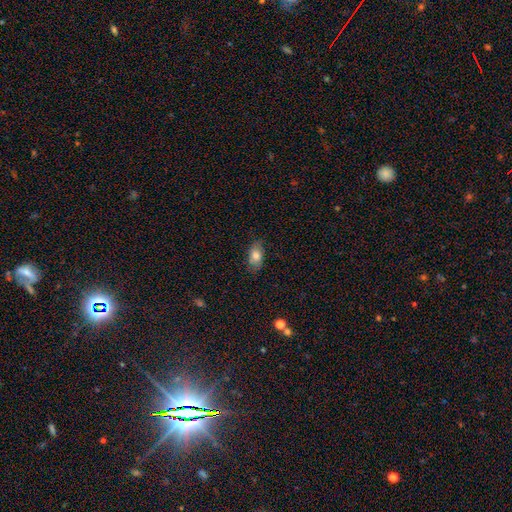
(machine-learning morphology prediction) smooth-or-featured: smooth: 78% | featured or disk: 14% | star or artifact: 8%
  how-rounded: in between: 89% | round: 7% | cigar-shaped: 4%
  merging: none: 79% | minor disturbance: 16% | major disturbance: 3% | merger: 1%